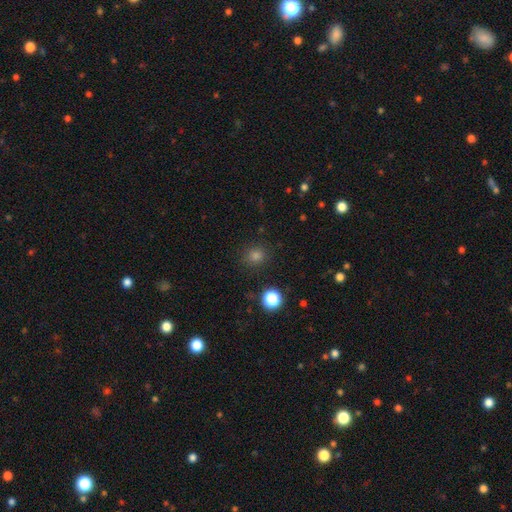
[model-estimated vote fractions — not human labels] Smooth or featured? smooth (76%)
How rounded? round (85%)
Merging? none (90%)